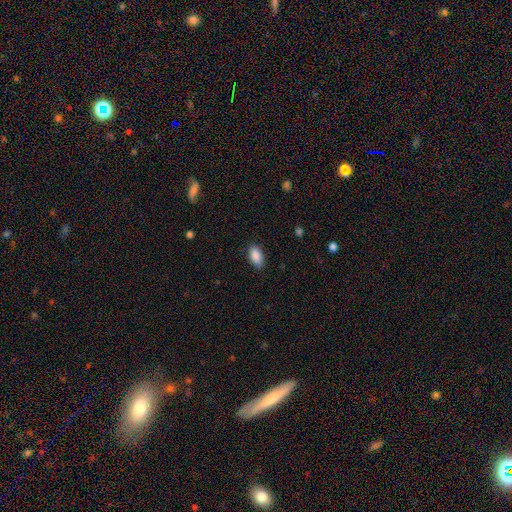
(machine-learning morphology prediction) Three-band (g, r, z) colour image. It shows a smooth galaxy with no disk features (89%) that is in between round and cigar-shaped (93%). Merging: none (85%).